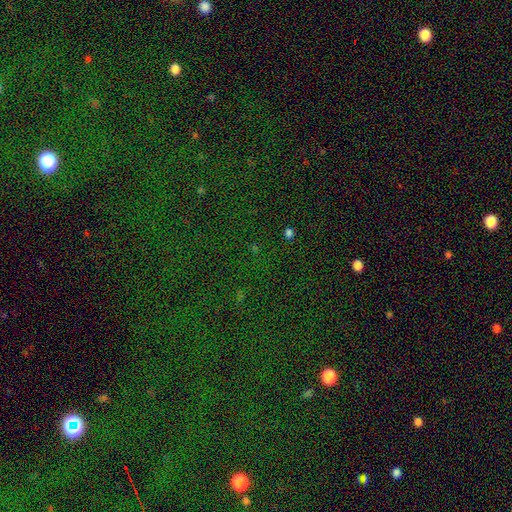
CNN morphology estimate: A star or artifact, not a galaxy (80%).

Vote fractions:
- Smooth or featured? star or artifact: 80% / smooth: 12% / featured or disk: 8%